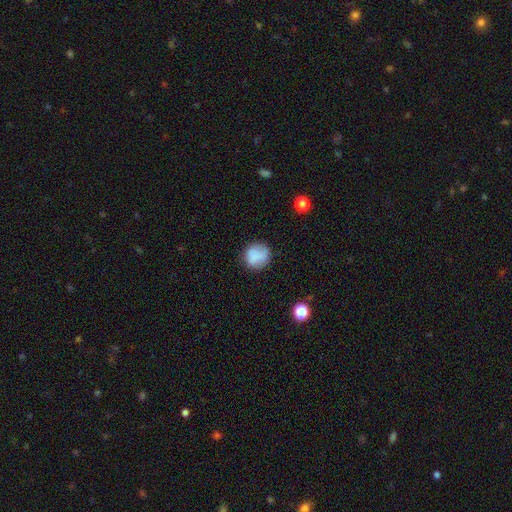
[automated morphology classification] Smooth or featured?
  - smooth: 83% *
  - star or artifact: 8%
  - featured or disk: 8%
How rounded?
  - round: 87% *
  - in between: 12%
  - cigar-shaped: 1%
Merging?
  - none: 77% *
  - minor disturbance: 16%
  - major disturbance: 5%
  - merger: 2%